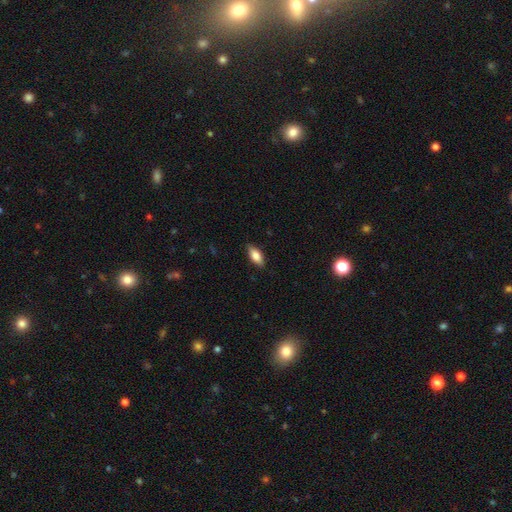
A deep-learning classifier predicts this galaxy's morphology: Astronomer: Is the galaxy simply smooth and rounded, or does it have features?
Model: smooth — 80%.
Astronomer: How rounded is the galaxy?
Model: in between — 84%.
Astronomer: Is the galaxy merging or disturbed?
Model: none — 85%.